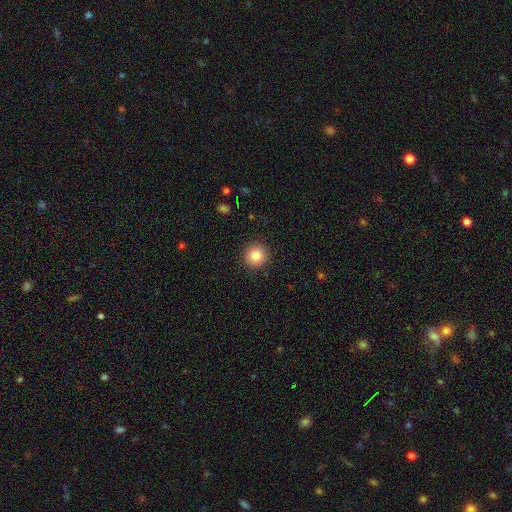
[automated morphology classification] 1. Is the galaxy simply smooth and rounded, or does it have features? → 84% smooth, 10% star or artifact, 5% featured or disk.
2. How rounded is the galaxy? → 92% round, 7% in between, 1% cigar-shaped.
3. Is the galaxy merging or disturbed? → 91% none, 6% minor disturbance, 2% major disturbance, 1% merger.